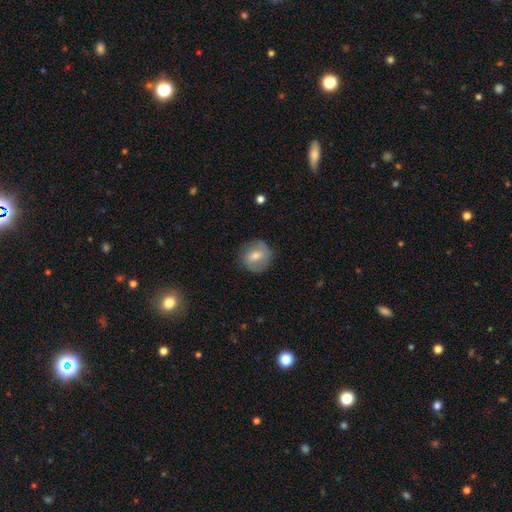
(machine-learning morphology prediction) This is likely a smooth galaxy (61%). How rounded: clearly round (86%). Merging: clearly none (81%).